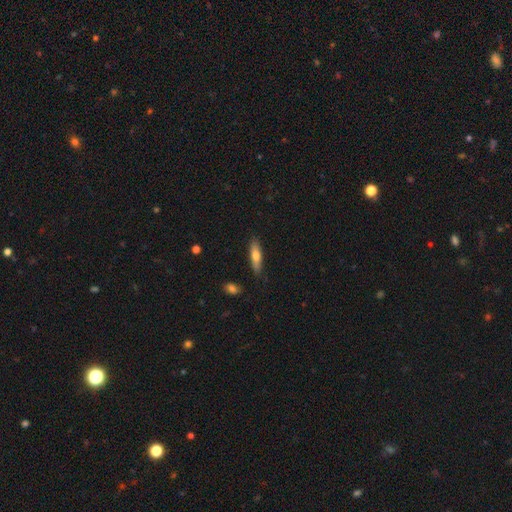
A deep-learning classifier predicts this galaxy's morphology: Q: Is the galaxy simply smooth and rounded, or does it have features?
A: smooth — 67%.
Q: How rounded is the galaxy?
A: cigar-shaped — 67%.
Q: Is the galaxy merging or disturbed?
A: none — 84%.